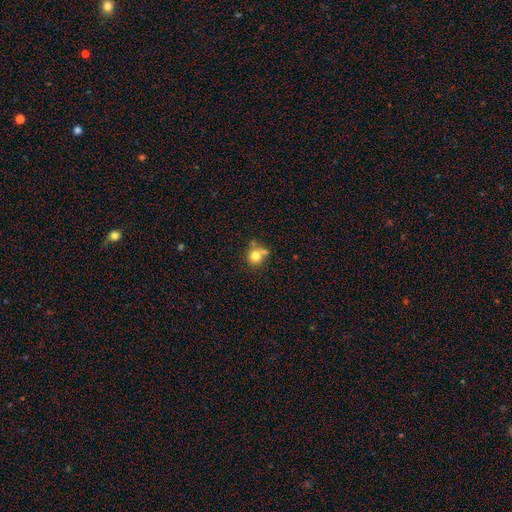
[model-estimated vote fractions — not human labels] Q: Smooth or featured?
A: smooth (78%); runner-up: star or artifact (12%)
Q: How rounded?
A: round (85%); runner-up: in between (14%)
Q: Merging?
A: none (54%); runner-up: merger (25%)